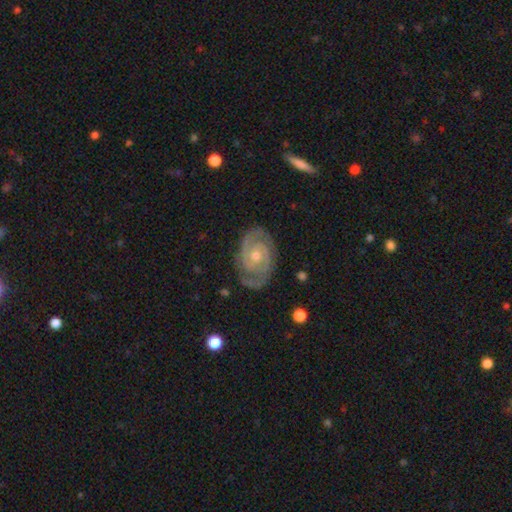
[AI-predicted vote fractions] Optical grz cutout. It shows a featured or disk galaxy (91%) with no bar (64%), 2 (87%) tight (68%) spiral arms (98%) and a moderate central bulge (52%). Merging: none (81%).